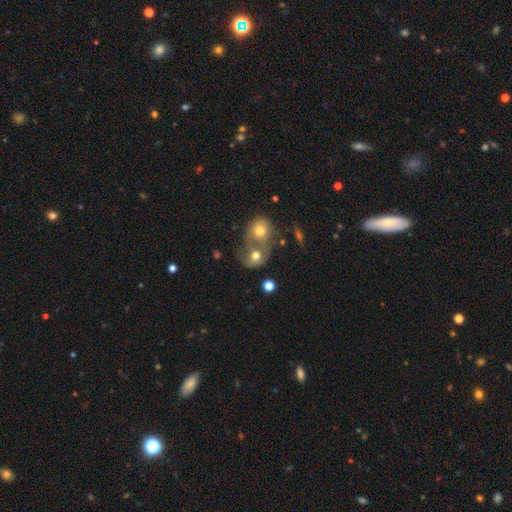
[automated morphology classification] type=smooth (69%); roundness=round (61%); merging=merger (67%).